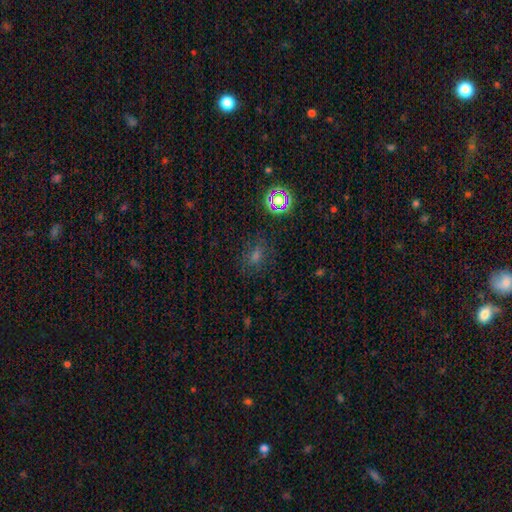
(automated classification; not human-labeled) Overall: smooth (48%; star or artifact 40%). Merging: none (80%).